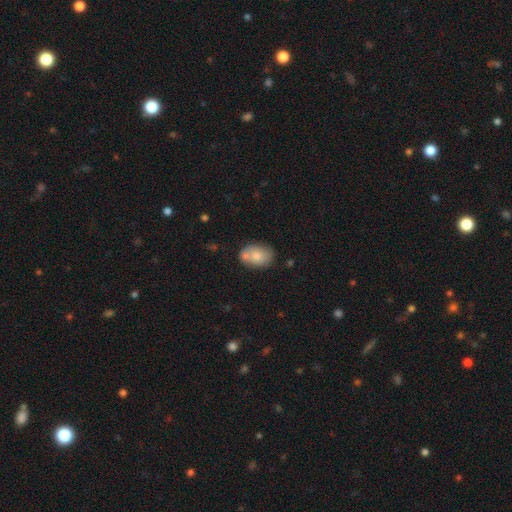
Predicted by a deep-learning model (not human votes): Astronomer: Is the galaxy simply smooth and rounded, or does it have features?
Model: smooth — 76%.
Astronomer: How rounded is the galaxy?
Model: in between — 79%.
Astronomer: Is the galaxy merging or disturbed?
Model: none — 57%.